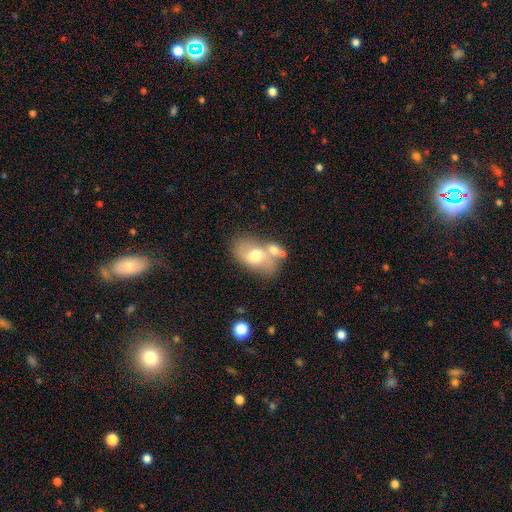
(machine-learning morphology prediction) Smooth or featured? smooth (54%)
How rounded? in between (84%)
Merging? merger (39%)